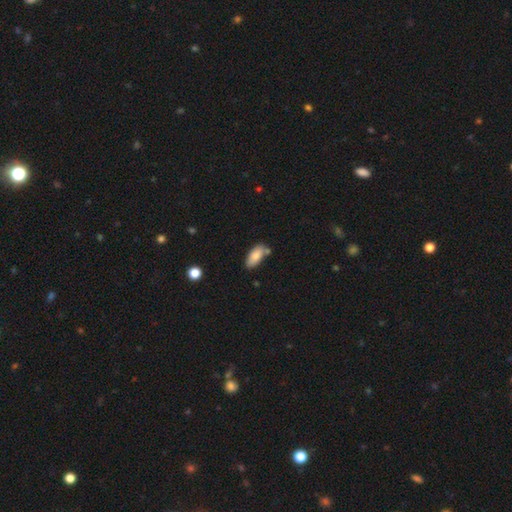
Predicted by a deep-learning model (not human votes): The model was most divided on "merging": none: 63%, minor disturbance: 20%, merger: 13%, major disturbance: 4%. More confident: how rounded — in between (88%); smooth or featured — smooth (81%).